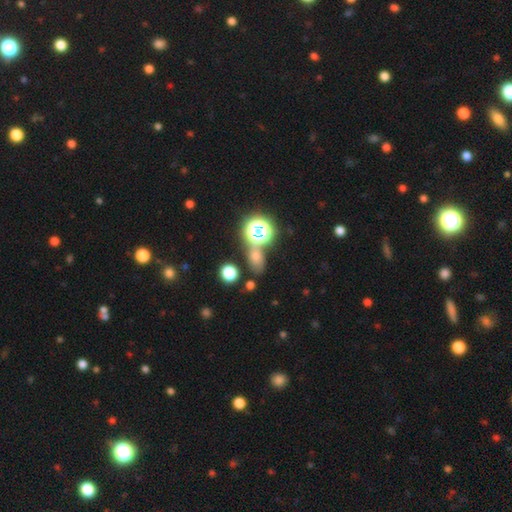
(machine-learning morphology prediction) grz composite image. It shows a smooth galaxy with no disk features (54%) that is in between round and cigar-shaped (64%). Merging: none (62%).